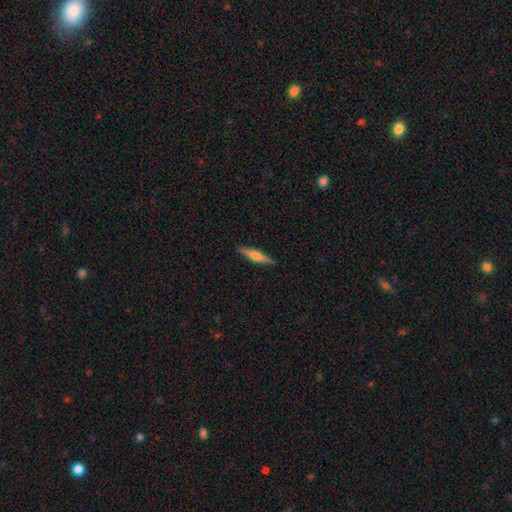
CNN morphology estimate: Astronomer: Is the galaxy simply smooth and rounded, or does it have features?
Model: featured or disk — 56% (runner-up: smooth, 38%).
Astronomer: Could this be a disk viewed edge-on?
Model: yes — 97%.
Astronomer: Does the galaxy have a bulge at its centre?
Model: rounded — 85%.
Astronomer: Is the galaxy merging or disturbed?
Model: none — 90%.